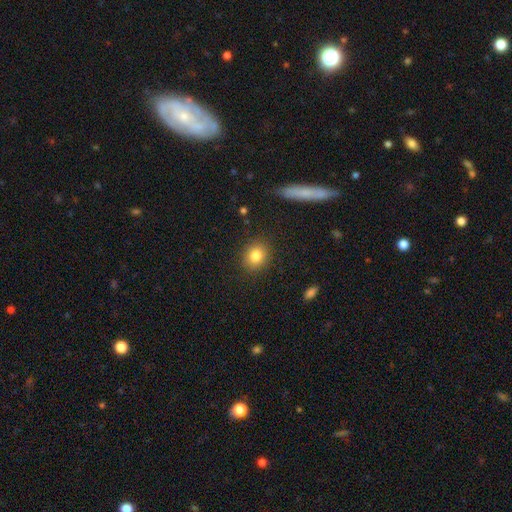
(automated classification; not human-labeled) Q: Smooth or featured?
A: smooth (82%); runner-up: star or artifact (11%)
Q: How rounded?
A: round (70%); runner-up: in between (28%)
Q: Merging?
A: none (89%); runner-up: minor disturbance (8%)